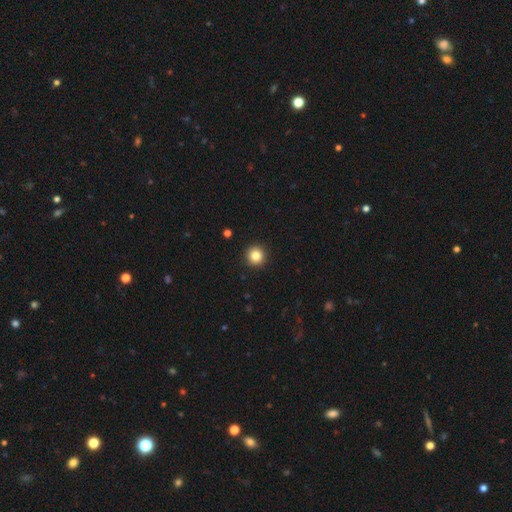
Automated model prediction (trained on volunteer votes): Overall: smooth (83%). How rounded: round (95%). Merging: none (93%).